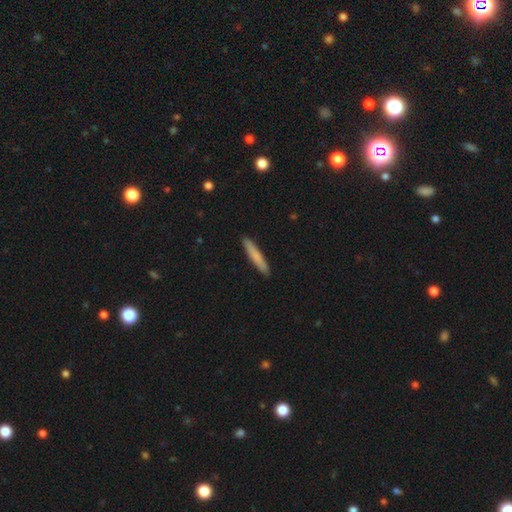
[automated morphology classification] Smooth or featured?
  - smooth: 76% *
  - featured or disk: 19%
  - star or artifact: 6%
How rounded?
  - cigar-shaped: 95% *
  - in between: 4%
  - round: 1%
Merging?
  - none: 91% *
  - minor disturbance: 6%
  - major disturbance: 1%
  - merger: 1%